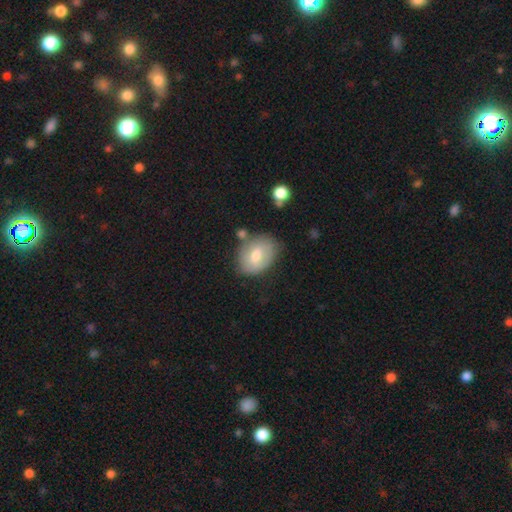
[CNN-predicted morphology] Overall: smooth (64%; featured or disk 29%). How rounded: in between (70%). Merging: none (67%).